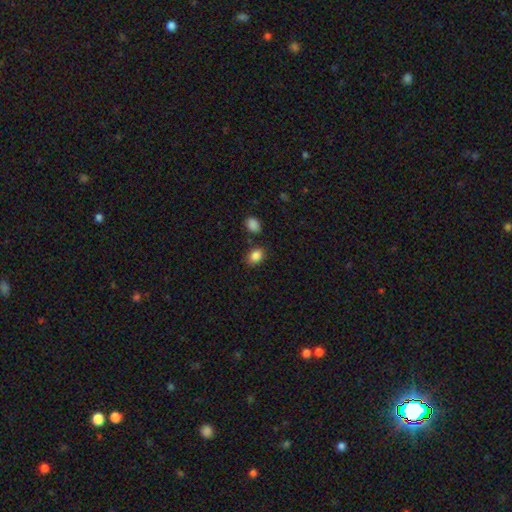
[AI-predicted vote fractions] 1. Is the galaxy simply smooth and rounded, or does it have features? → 87% smooth, 9% star or artifact, 4% featured or disk.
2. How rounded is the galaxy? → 69% in between, 30% round, 1% cigar-shaped.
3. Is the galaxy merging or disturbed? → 80% none, 12% minor disturbance, 6% merger, 3% major disturbance.